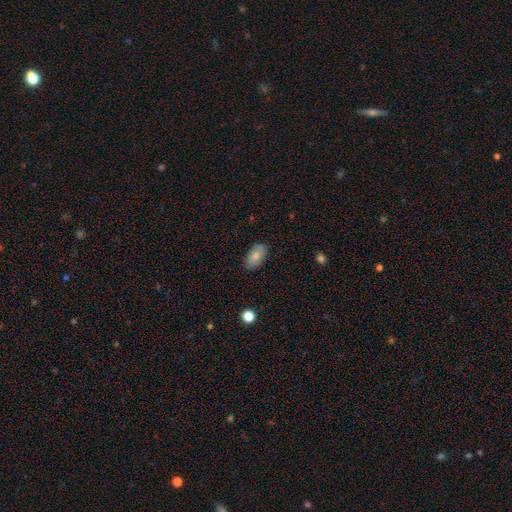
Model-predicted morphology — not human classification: Q: Smooth or featured?
A: smooth (79%); runner-up: featured or disk (14%)
Q: How rounded?
A: in between (94%); runner-up: round (5%)
Q: Merging?
A: none (81%); runner-up: minor disturbance (14%)